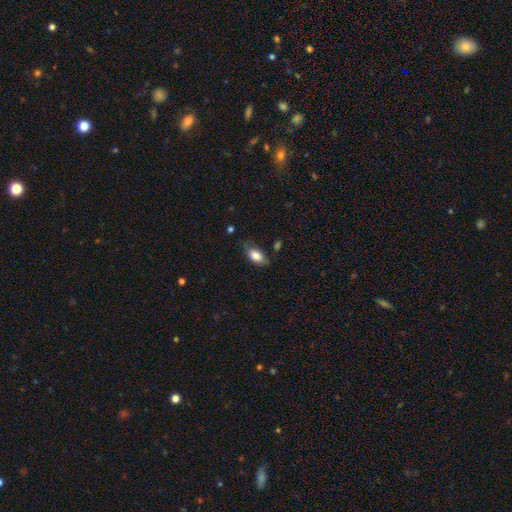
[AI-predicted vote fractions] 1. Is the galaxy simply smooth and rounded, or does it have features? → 82% smooth, 11% featured or disk, 7% star or artifact.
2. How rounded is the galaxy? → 91% in between, 4% cigar-shaped, 4% round.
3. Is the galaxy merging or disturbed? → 70% none, 22% minor disturbance, 6% major disturbance, 2% merger.